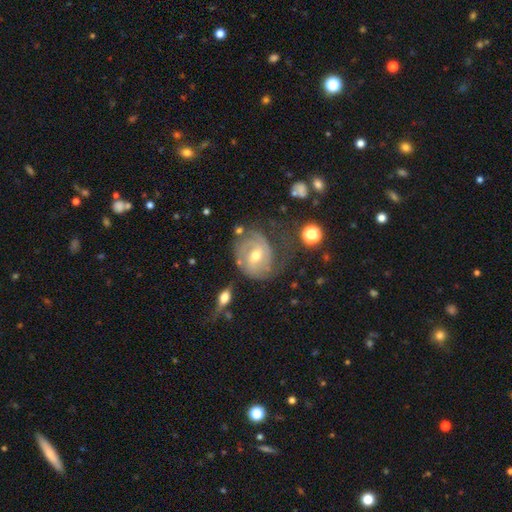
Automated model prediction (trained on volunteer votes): featured or disk 78%, smooth 15%, star or artifact 7%. Down the decision tree: edge-on disk — no (96%); bar — weak (45%); spiral arms — yes (89%); spiral arm count — 2 (40%); spiral winding — tight (56%); bulge size — moderate (66%); merging — none (53%).